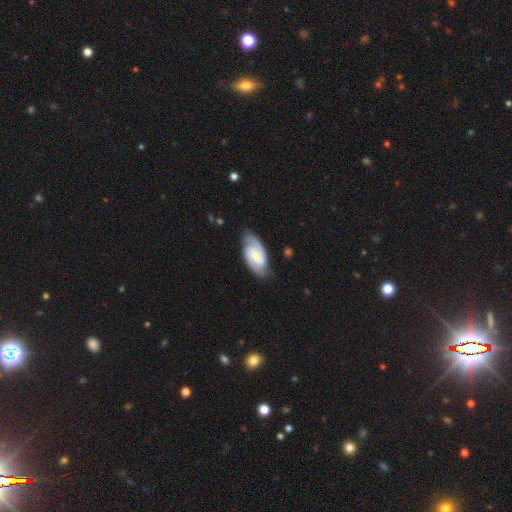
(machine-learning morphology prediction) A featured or disk galaxy (80%) with a weak bar (46%), 2 (85%) tight (48%) spiral arms (96%) and a small central bulge (51%).

Vote fractions:
- Smooth or featured? featured or disk: 80% / smooth: 16% / star or artifact: 5%
- Edge-on disk? no: 96% / yes: 4%
- Bar? weak: 46% / no: 39% / strong: 16%
- Spiral arms? yes: 96% / no: 4%
- Spiral winding? tight: 48% / medium: 42% / loose: 11%
- Spiral arm count? 2: 85% / can't tell: 7% / 3: 3% / 1: 3% / 4: 1% / more than 4: 1%
- Bulge size? small: 51% / moderate: 39% / none: 6% / large: 3% / dominant: 1%
- Merging? none: 79% / minor disturbance: 16% / major disturbance: 4% / merger: 1%